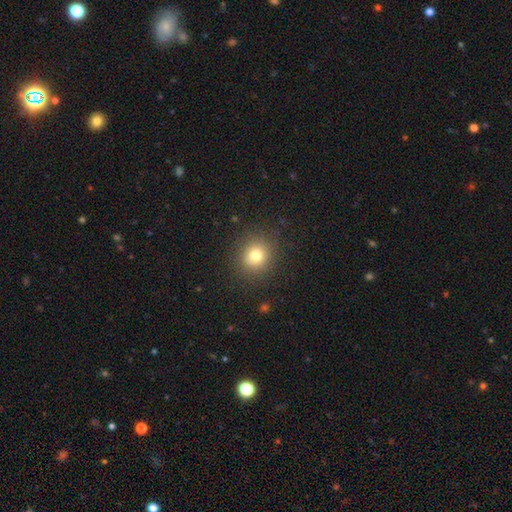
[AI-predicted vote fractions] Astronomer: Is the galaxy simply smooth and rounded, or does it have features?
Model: smooth — 77%.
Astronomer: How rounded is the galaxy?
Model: round — 84%.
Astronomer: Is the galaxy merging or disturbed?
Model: none — 88%.